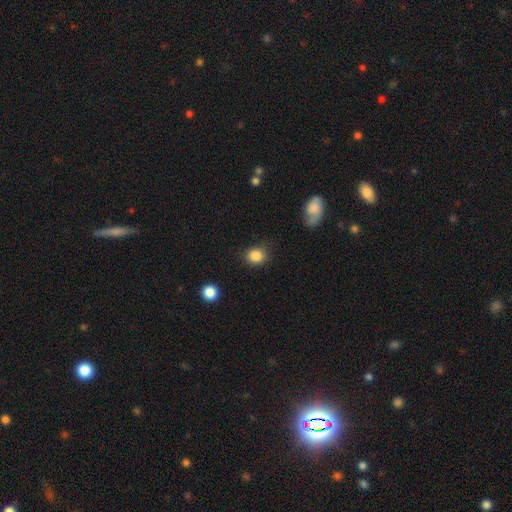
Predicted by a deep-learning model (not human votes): smooth-or-featured: smooth: 86% | star or artifact: 10% | featured or disk: 4%
  how-rounded: round: 71% | in between: 28% | cigar-shaped: 1%
  merging: none: 79% | minor disturbance: 15% | major disturbance: 4% | merger: 2%